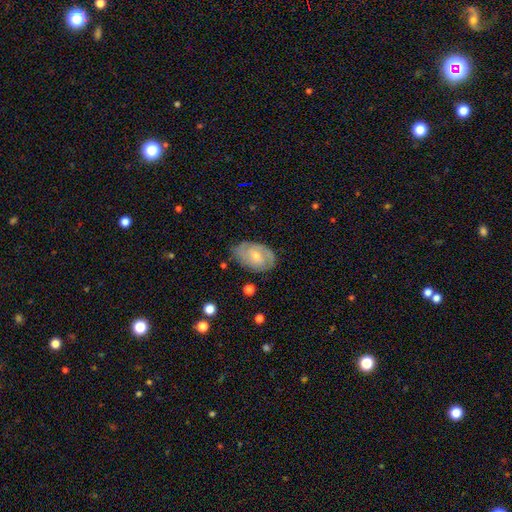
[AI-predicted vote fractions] Q: Smooth or featured?
A: featured or disk (67%); runner-up: smooth (26%)
Q: Edge-on disk?
A: no (95%); runner-up: yes (5%)
Q: Bar?
A: no (55%); runner-up: weak (38%)
Q: Spiral arms?
A: yes (85%); runner-up: no (15%)
Q: Spiral winding?
A: tight (54%); runner-up: medium (35%)
Q: Spiral arm count?
A: 2 (53%); runner-up: can't tell (29%)
Q: Bulge size?
A: small (58%); runner-up: moderate (37%)
Q: Merging?
A: none (73%); runner-up: minor disturbance (20%)